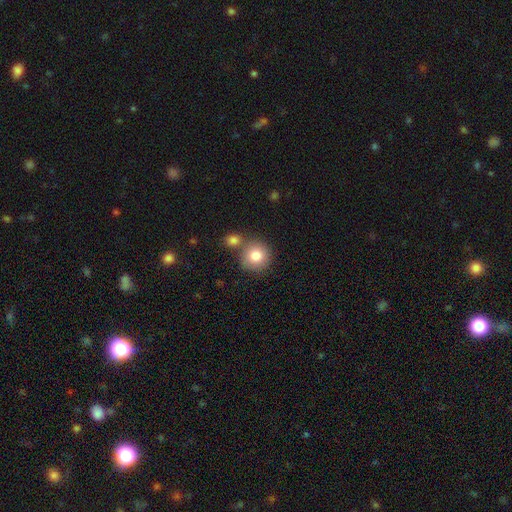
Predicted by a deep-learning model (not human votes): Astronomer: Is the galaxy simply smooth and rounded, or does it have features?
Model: smooth — 81%.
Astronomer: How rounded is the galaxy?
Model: round — 91%.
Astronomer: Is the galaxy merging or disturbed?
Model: none — 62%.